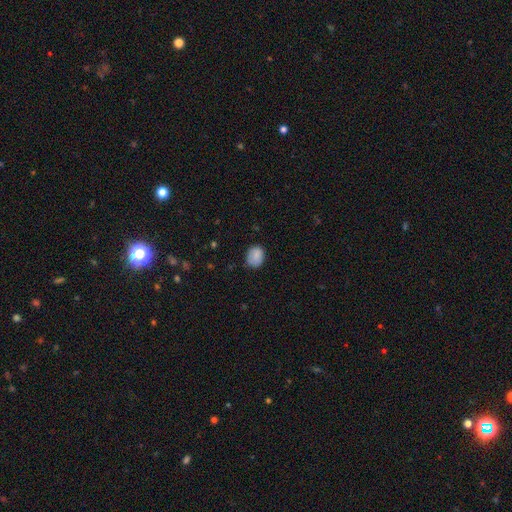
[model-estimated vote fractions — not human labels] The model was most divided on "how rounded": in between: 58%, round: 41%, cigar-shaped: 1%. More confident: smooth or featured — smooth (86%); merging — none (73%).